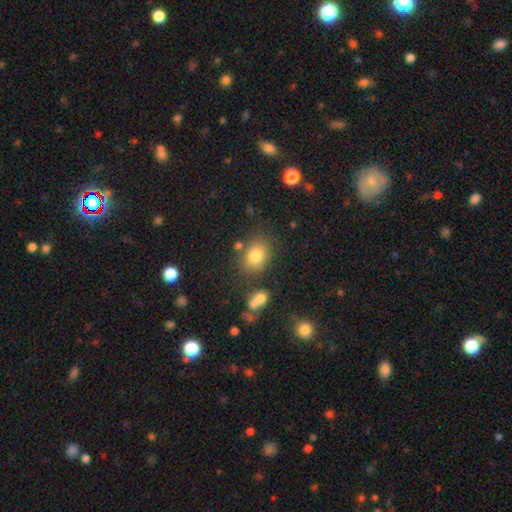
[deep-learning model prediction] Smooth or featured? smooth (79%)
How rounded? in between (54%)
Merging? none (73%)